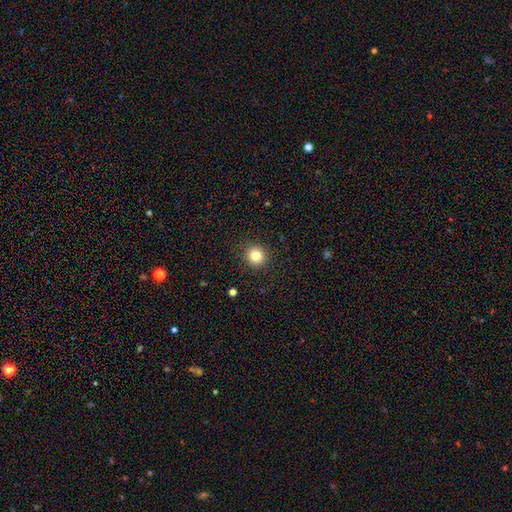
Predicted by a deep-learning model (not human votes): Overall: smooth (82%). How rounded: round (92%). Merging: none (91%).